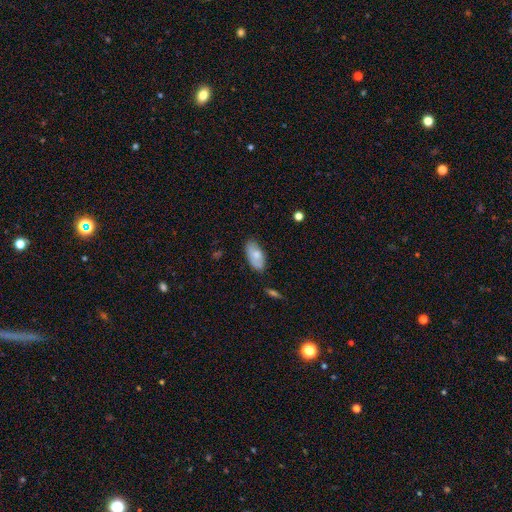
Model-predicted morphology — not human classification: smooth_or_featured: smooth (p=0.72) [alt: featured or disk p=0.22]
how_rounded: in between (p=0.93) [alt: cigar-shaped p=0.05]
merging: none (p=0.74) [alt: minor disturbance p=0.20]